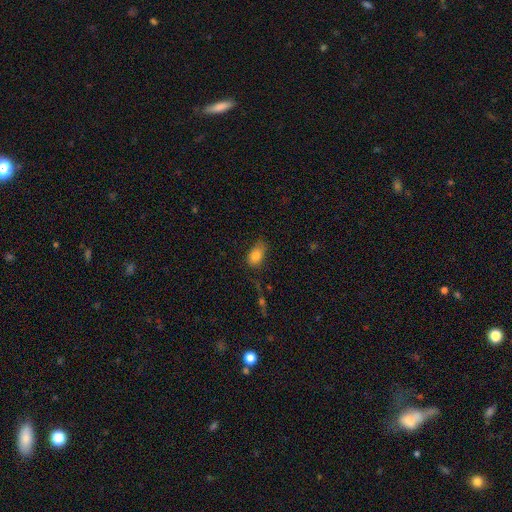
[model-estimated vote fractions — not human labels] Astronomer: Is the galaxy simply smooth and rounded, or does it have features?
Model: smooth — 82%.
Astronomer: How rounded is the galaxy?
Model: in between — 84%.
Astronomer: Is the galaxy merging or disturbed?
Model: none — 57%.